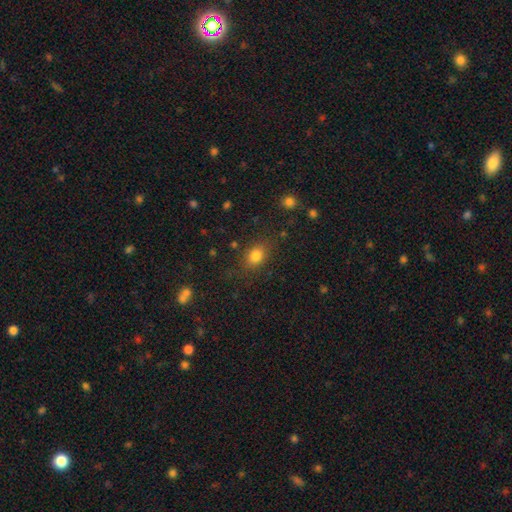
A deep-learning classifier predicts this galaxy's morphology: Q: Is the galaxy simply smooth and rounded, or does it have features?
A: smooth — 80%.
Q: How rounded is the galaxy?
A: in between — 61%.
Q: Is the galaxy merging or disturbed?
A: none — 78%.